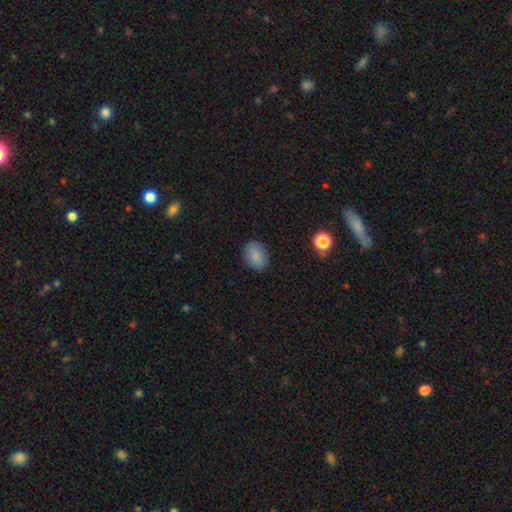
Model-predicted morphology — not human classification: The model was most divided on "how rounded": in between: 70%, round: 29%, cigar-shaped: 1%. More confident: smooth or featured — smooth (85%); merging — none (84%).